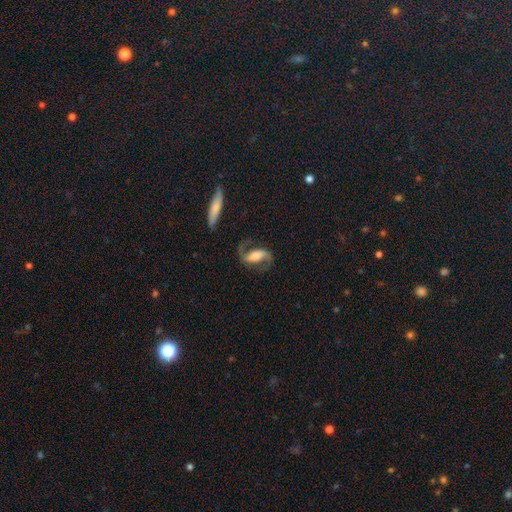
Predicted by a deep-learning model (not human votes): This appears to be a featured or disk galaxy (84%) with a strong bar (42%), 2 (92%) loose (49%) spiral arms (96%) and a moderate central bulge (42%). Merging: none (74%).